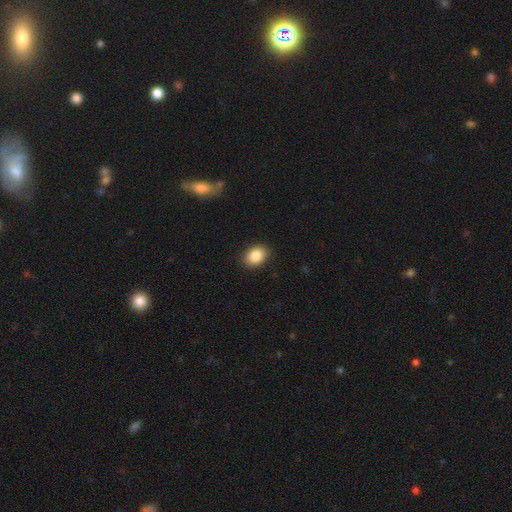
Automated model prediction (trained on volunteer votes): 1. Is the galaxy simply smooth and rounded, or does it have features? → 87% smooth, 8% star or artifact, 5% featured or disk.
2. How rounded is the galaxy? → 69% in between, 30% round, 1% cigar-shaped.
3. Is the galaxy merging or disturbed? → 89% none, 8% minor disturbance, 2% major disturbance, 1% merger.